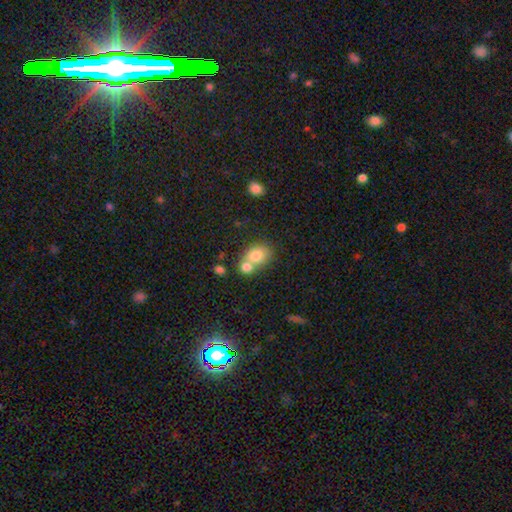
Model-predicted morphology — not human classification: Q: Smooth or featured?
A: smooth (77%); runner-up: featured or disk (13%)
Q: How rounded?
A: in between (52%); runner-up: round (46%)
Q: Merging?
A: merger (51%); runner-up: none (37%)